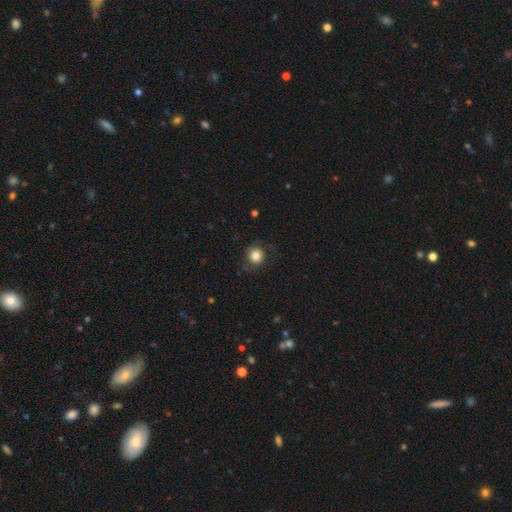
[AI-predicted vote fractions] Q: Smooth or featured?
A: smooth (79%); runner-up: star or artifact (10%)
Q: How rounded?
A: round (92%); runner-up: in between (7%)
Q: Merging?
A: none (79%); runner-up: minor disturbance (14%)